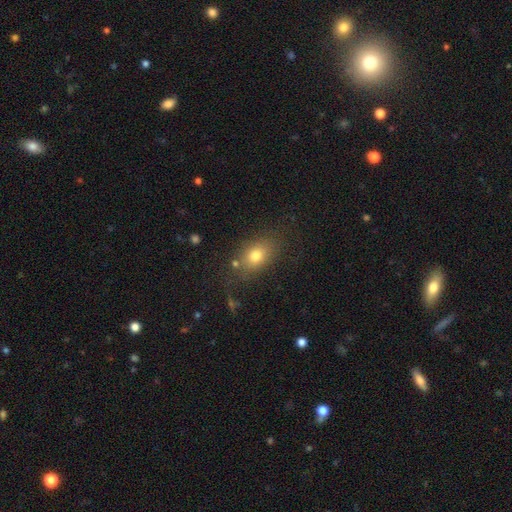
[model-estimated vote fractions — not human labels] Smooth or featured: smooth — 76% (star or artifact — 12%)
How rounded: in between — 71% (round — 26%)
Merging: none — 75% (minor disturbance — 15%)